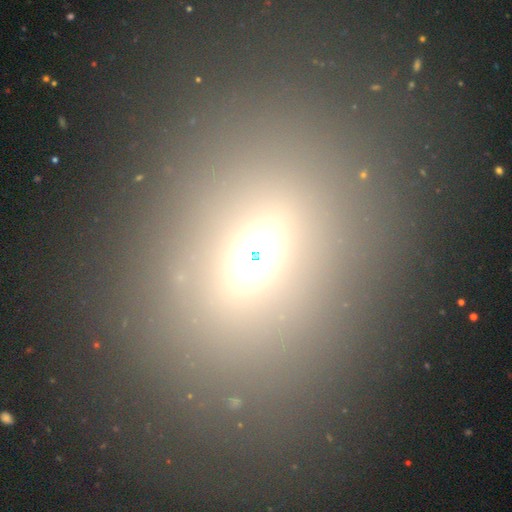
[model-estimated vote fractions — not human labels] The model was most divided on "smooth or featured": smooth: 50%, featured or disk: 27%, star or artifact: 23%. More confident: merging — none (83%).